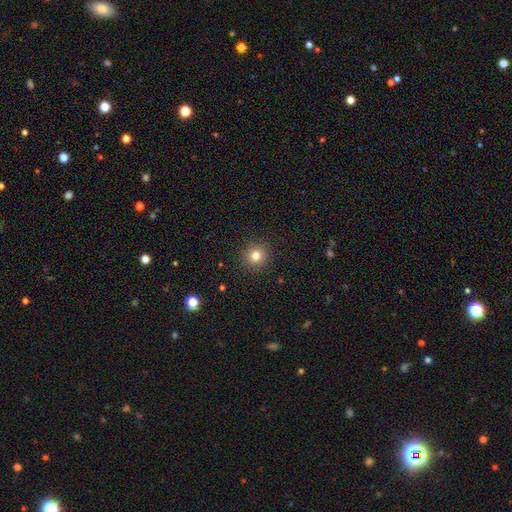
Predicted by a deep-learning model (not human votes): Q: Smooth or featured?
A: smooth (79%); runner-up: star or artifact (13%)
Q: How rounded?
A: round (95%); runner-up: in between (4%)
Q: Merging?
A: none (92%); runner-up: minor disturbance (5%)